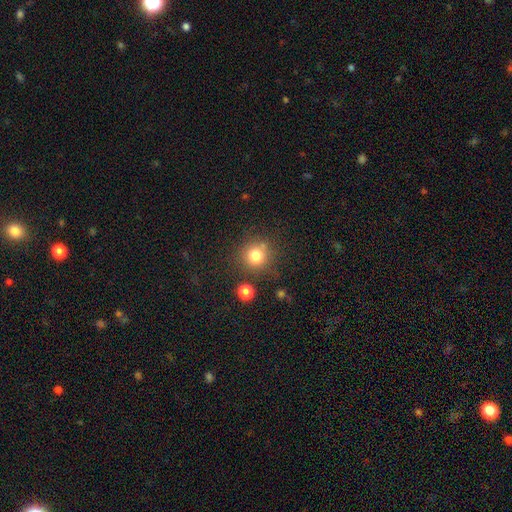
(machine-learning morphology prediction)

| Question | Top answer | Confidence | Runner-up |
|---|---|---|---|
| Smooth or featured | smooth | 78% | star or artifact (14%) |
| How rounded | round | 92% | in between (7%) |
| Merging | none | 78% | minor disturbance (10%) |